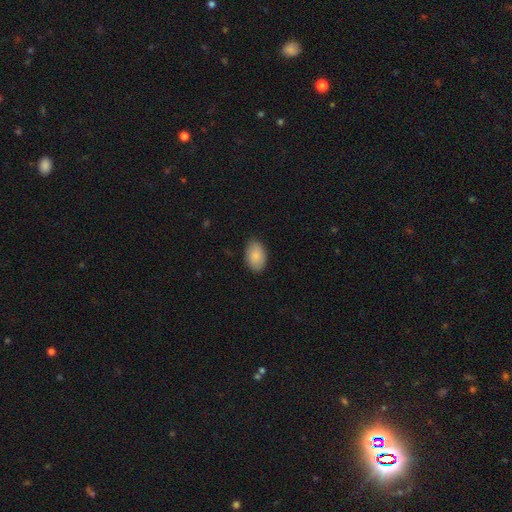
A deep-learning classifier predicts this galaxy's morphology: smooth_or_featured: smooth (p=0.88) [alt: star or artifact p=0.06]
how_rounded: in between (p=0.91) [alt: round p=0.08]
merging: none (p=0.86) [alt: minor disturbance p=0.11]